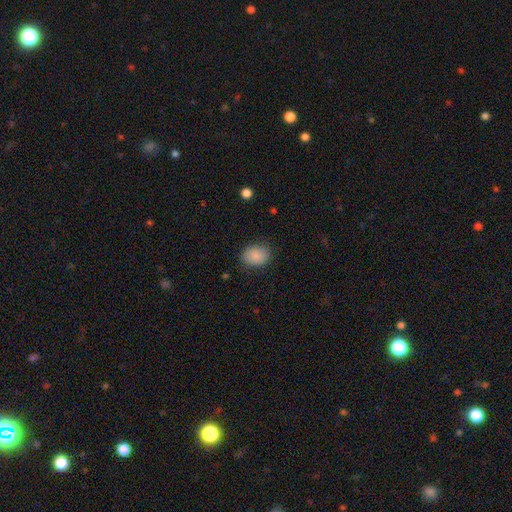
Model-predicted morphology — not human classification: smooth-or-featured: smooth: 87% | star or artifact: 8% | featured or disk: 6%
  how-rounded: in between: 60% | round: 39% | cigar-shaped: 1%
  merging: none: 83% | minor disturbance: 13% | major disturbance: 3% | merger: 1%